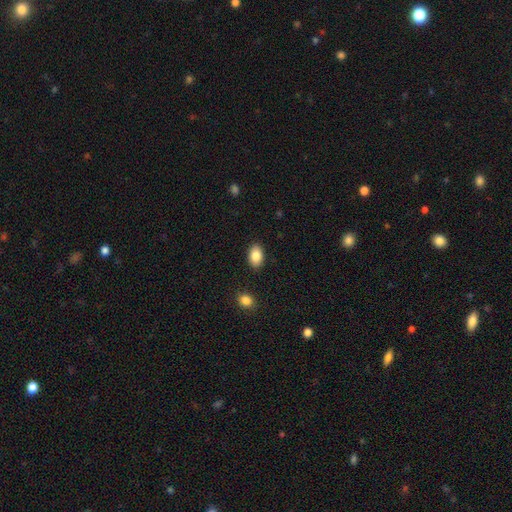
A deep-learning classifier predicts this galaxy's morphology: This is clearly a smooth galaxy (86%). How rounded: clearly in between (89%). Merging: clearly none (88%).